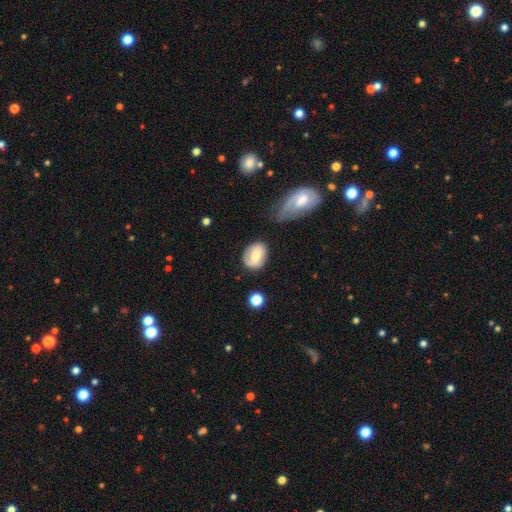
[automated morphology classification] Smooth or featured? Predicted: smooth (p=0.53). How rounded? Predicted: in between (p=0.52). Merging? Predicted: none (p=0.66).